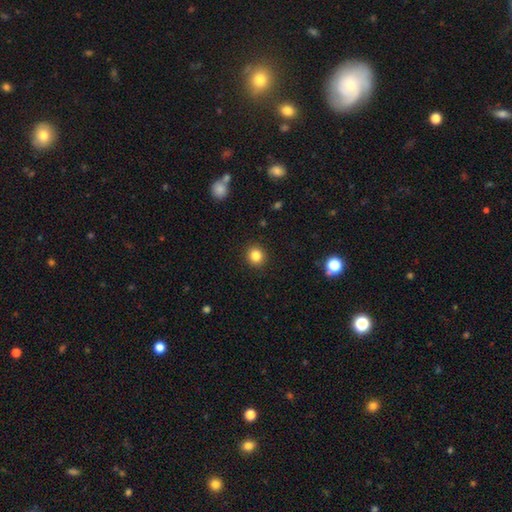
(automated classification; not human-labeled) This is clearly a smooth galaxy (83%). How rounded: clearly round (88%). Merging: clearly none (91%).